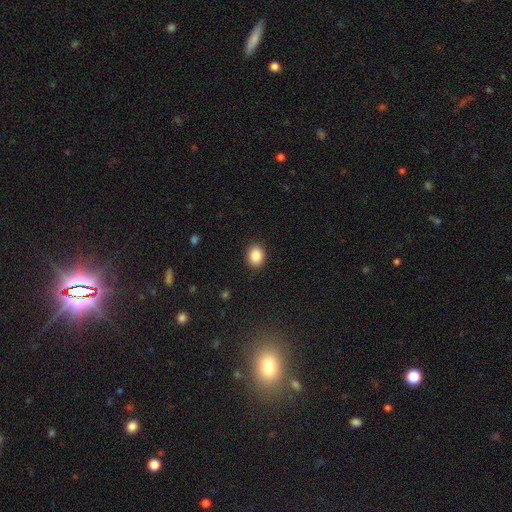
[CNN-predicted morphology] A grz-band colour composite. It shows a smooth galaxy with no disk features (88%) that is in between round and cigar-shaped (54%). Merging: none (89%).